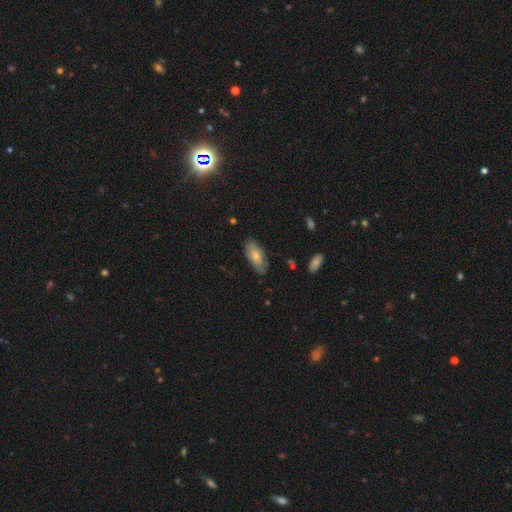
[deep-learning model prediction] smooth 73%, featured or disk 21%, star or artifact 6%. Down the decision tree: how rounded — in between (87%); merging — none (78%).